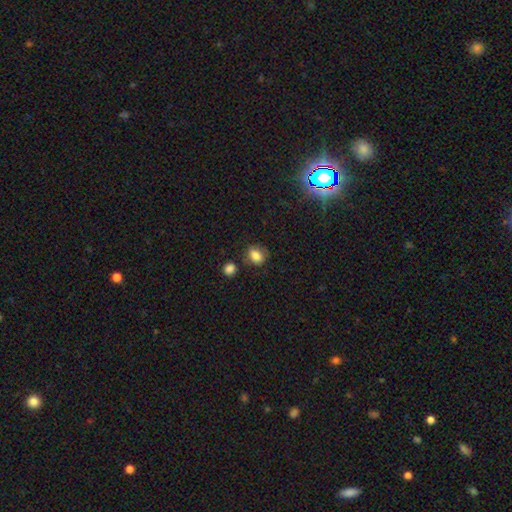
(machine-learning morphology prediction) Overall: smooth (82%). How rounded: in between (60%; round 39%). Merging: none (71%).